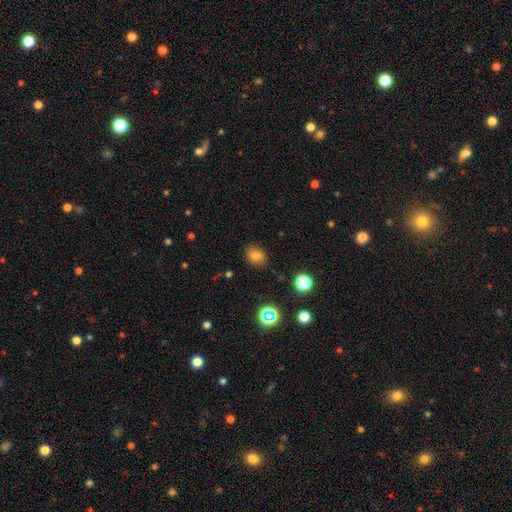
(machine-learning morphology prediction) smooth_or_featured: smooth (p=0.74) [alt: star or artifact p=0.16]
how_rounded: in between (p=0.59) [alt: round p=0.40]
merging: none (p=0.85) [alt: minor disturbance p=0.11]